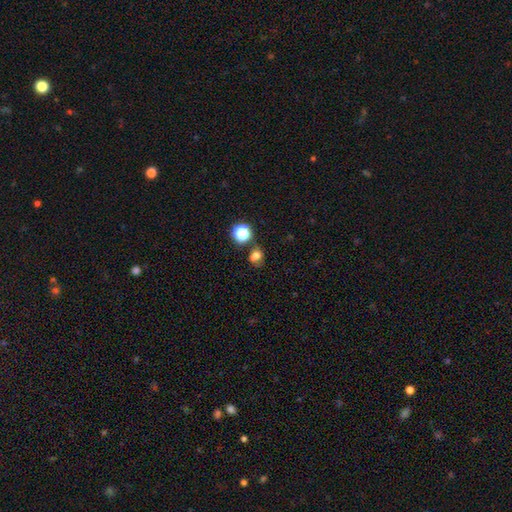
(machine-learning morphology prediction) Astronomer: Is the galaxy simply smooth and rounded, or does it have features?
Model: smooth — 65%.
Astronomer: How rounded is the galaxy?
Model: round — 53% (runner-up: in between, 46%).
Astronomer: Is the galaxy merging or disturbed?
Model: none — 55%.